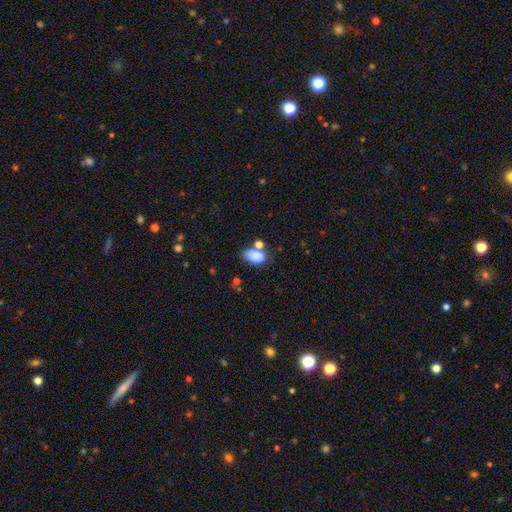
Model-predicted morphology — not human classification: Smooth or featured?
  - smooth: 84% *
  - star or artifact: 9%
  - featured or disk: 7%
How rounded?
  - in between: 88% *
  - round: 10%
  - cigar-shaped: 1%
Merging?
  - none: 49% *
  - merger: 25%
  - minor disturbance: 18%
  - major disturbance: 7%